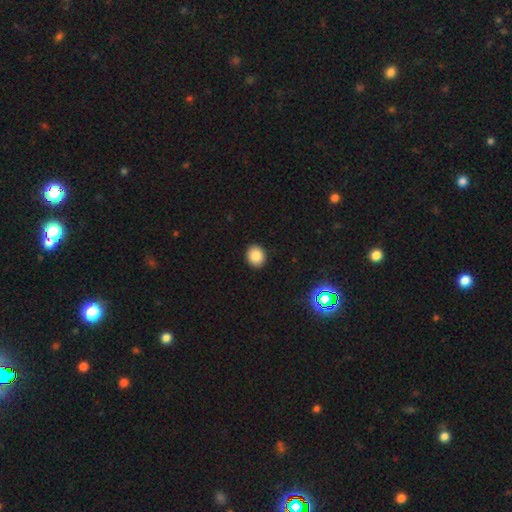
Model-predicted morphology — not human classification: Smooth or featured: smooth — 85% (star or artifact — 10%)
How rounded: round — 68% (in between — 31%)
Merging: none — 92% (minor disturbance — 6%)